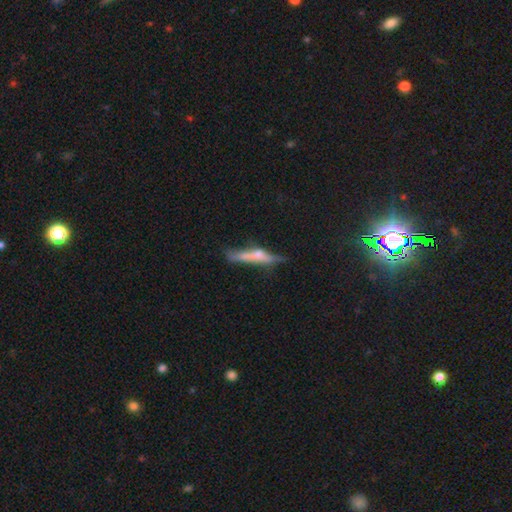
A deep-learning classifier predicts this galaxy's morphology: smooth-or-featured: featured or disk: 48% | smooth: 43% | star or artifact: 9%
  merging: none: 51% | minor disturbance: 24% | major disturbance: 14% | merger: 11%